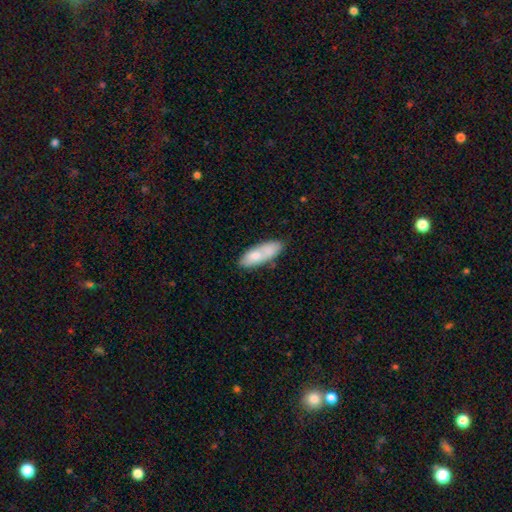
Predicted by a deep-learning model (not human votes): Smooth or featured: smooth — 73% (featured or disk — 21%)
How rounded: in between — 67% (cigar-shaped — 31%)
Merging: none — 62% (minor disturbance — 21%)